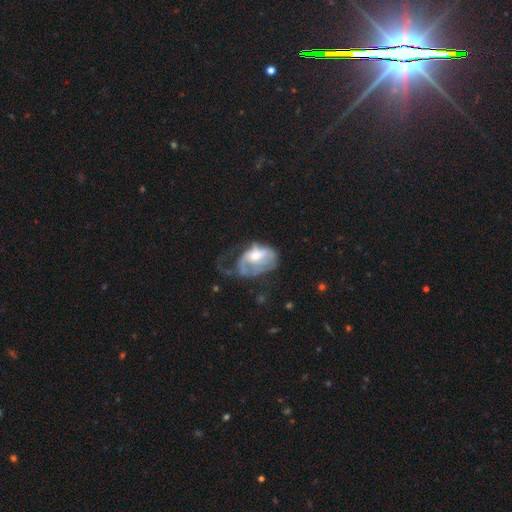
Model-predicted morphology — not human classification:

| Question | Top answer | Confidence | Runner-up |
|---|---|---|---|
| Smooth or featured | featured or disk | 59% | smooth (33%) |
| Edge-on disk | no | 96% | yes (4%) |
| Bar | no | 60% | weak (32%) |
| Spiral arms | yes | 51% | no (49%) |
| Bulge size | moderate | 54% | small (32%) |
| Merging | major disturbance | 52% | minor disturbance (23%) |